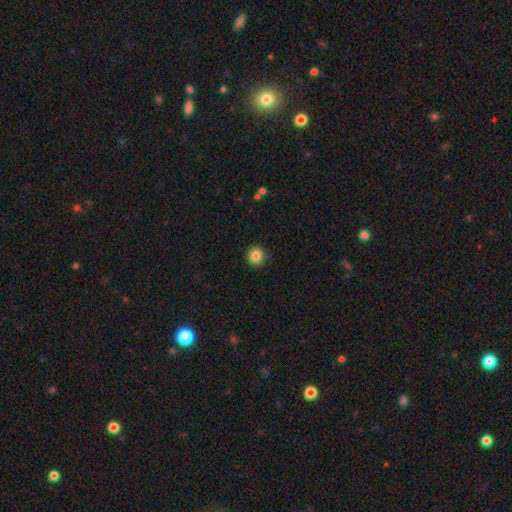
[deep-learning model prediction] Overall: smooth (85%). How rounded: round (89%). Merging: none (88%).